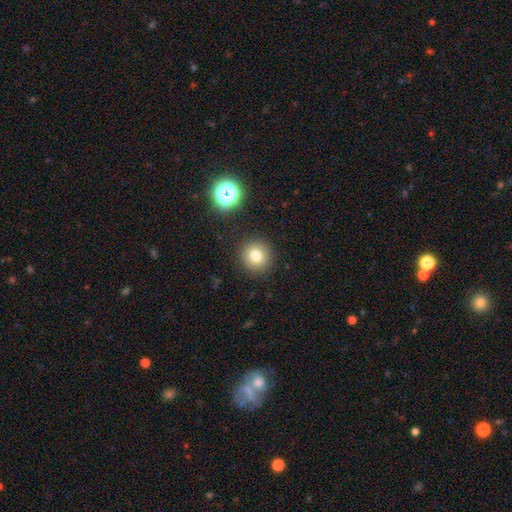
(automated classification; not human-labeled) Smooth or featured?
  - smooth: 77% *
  - star or artifact: 13%
  - featured or disk: 9%
How rounded?
  - round: 91% *
  - in between: 8%
  - cigar-shaped: 1%
Merging?
  - none: 89% *
  - minor disturbance: 6%
  - major disturbance: 3%
  - merger: 2%